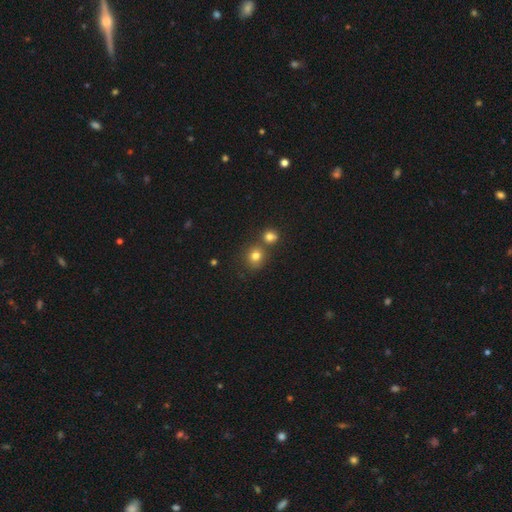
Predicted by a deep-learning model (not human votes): Smooth or featured: smooth — 78% (star or artifact — 14%)
How rounded: round — 84% (in between — 15%)
Merging: none — 62% (merger — 26%)